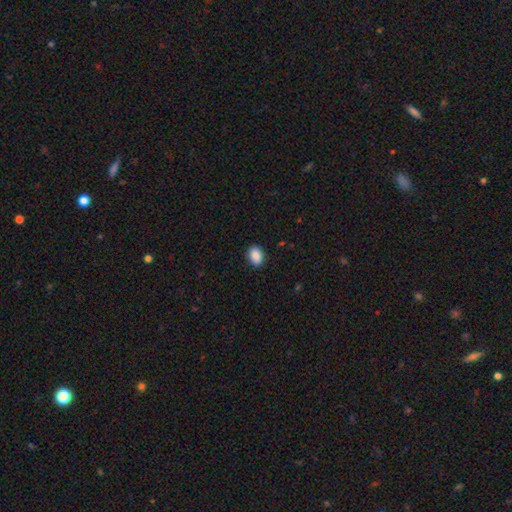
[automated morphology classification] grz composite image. It shows a smooth galaxy with no disk features (90%) that is in between round and cigar-shaped (79%). Merging: none (89%).